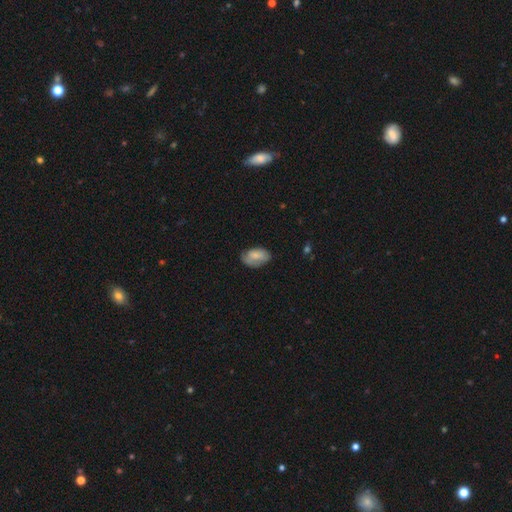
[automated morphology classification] smooth-or-featured: smooth: 75% | featured or disk: 18% | star or artifact: 7%
  how-rounded: in between: 91% | round: 7% | cigar-shaped: 2%
  merging: none: 60% | minor disturbance: 30% | major disturbance: 8% | merger: 1%